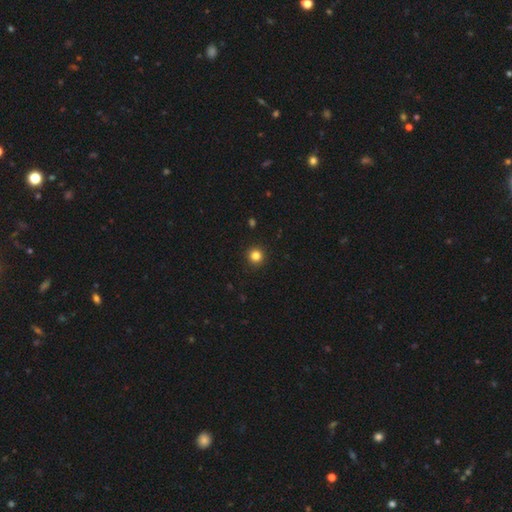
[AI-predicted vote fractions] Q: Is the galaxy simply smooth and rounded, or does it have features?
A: smooth — 83%.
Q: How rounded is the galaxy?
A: round — 95%.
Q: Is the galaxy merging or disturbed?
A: none — 93%.